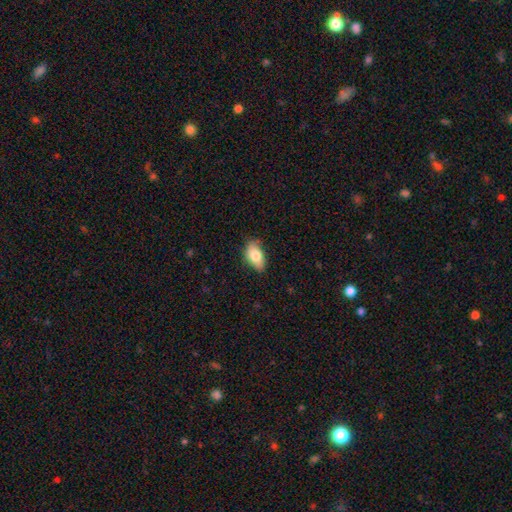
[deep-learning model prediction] Smooth or featured?
  - smooth: 79% *
  - featured or disk: 14%
  - star or artifact: 7%
How rounded?
  - in between: 91% *
  - round: 6%
  - cigar-shaped: 3%
Merging?
  - none: 70% *
  - minor disturbance: 24%
  - major disturbance: 4%
  - merger: 1%